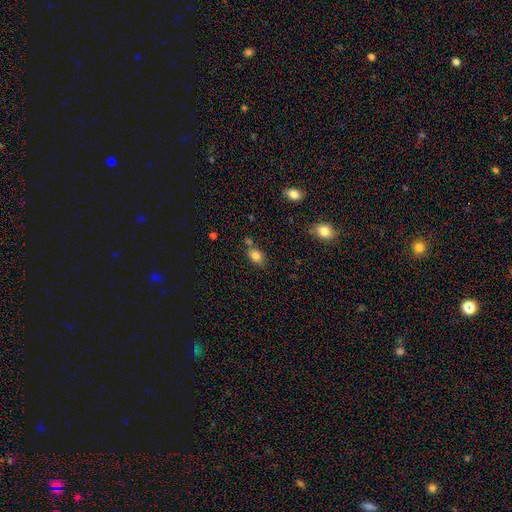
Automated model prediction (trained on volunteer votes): This appears to be a smooth galaxy with no disk features (83%) that is in between round and cigar-shaped (79%). Merging: none (66%).